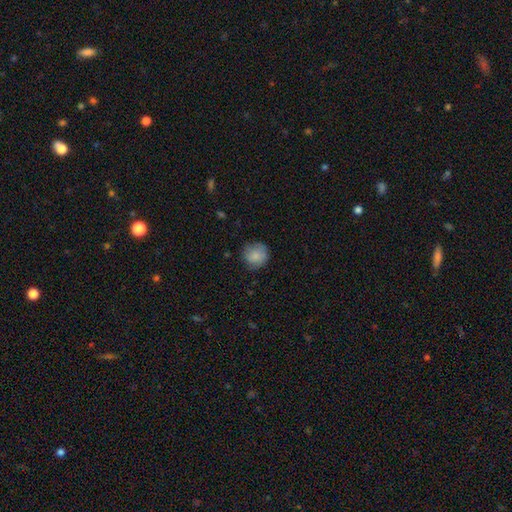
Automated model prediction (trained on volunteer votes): This is clearly a smooth galaxy (84%). How rounded: clearly round (91%). Merging: likely none (78%).